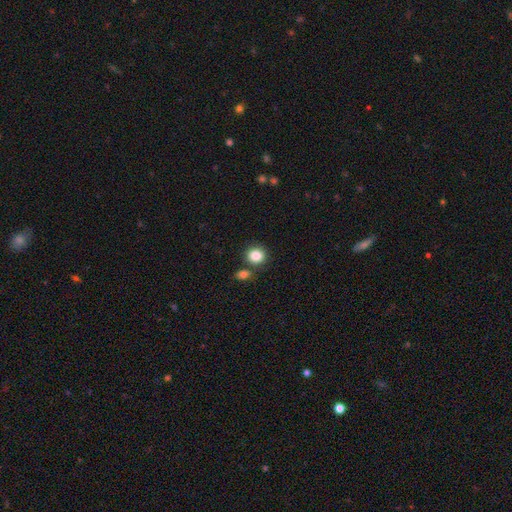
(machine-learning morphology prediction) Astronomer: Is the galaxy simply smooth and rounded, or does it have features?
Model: smooth — 86%.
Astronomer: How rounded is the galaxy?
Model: round — 80%.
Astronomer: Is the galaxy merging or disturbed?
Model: none — 72%.